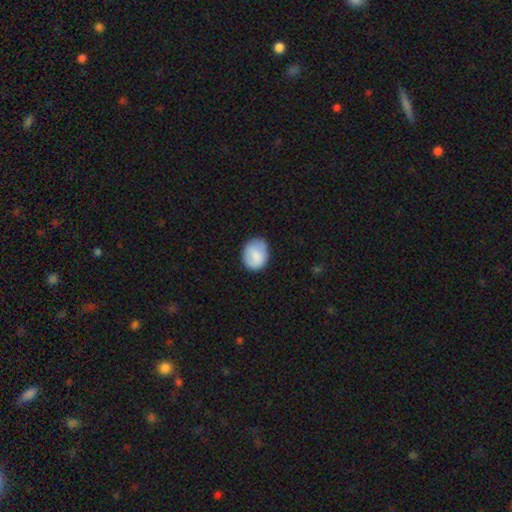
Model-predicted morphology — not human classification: This appears to be a smooth galaxy with no disk features (79%) that is round (51%). Merging: none (72%).